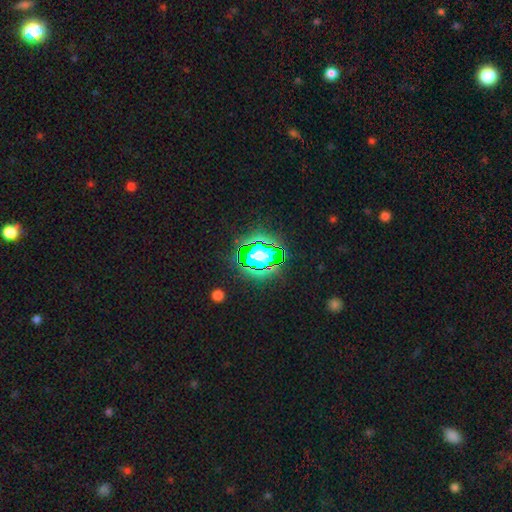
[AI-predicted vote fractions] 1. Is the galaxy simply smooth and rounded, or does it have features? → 80% star or artifact, 13% smooth, 7% featured or disk.